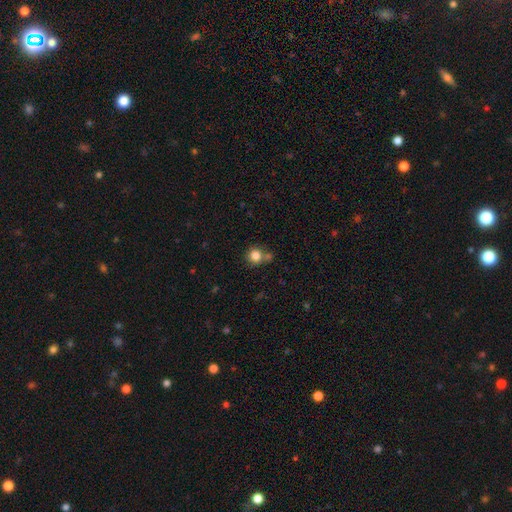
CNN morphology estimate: A smooth galaxy with no disk features (83%) that is round (91%).

Vote fractions:
- Smooth or featured? smooth: 83% / star or artifact: 11% / featured or disk: 6%
- How rounded? round: 91% / in between: 8% / cigar-shaped: 1%
- Merging? none: 65% / merger: 20% / minor disturbance: 12% / major disturbance: 4%